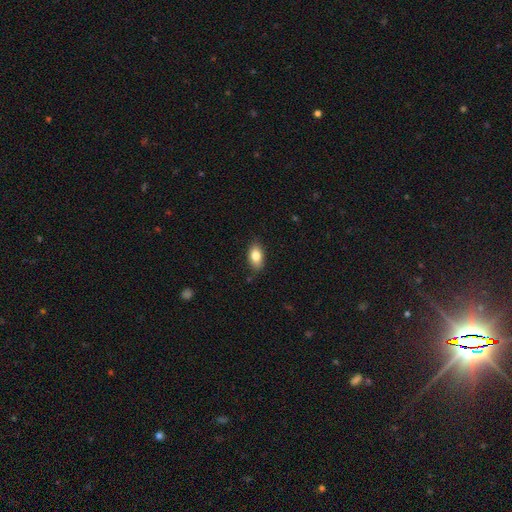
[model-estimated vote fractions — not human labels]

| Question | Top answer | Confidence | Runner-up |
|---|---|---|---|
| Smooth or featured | smooth | 82% | featured or disk (11%) |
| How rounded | in between | 89% | round (7%) |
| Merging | none | 83% | minor disturbance (13%) |